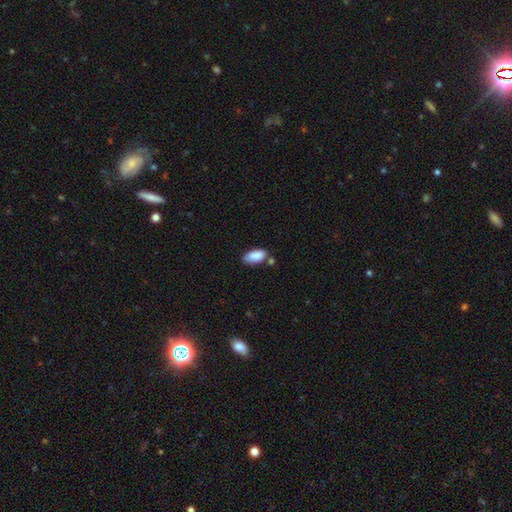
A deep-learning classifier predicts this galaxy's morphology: type=smooth (88%); roundness=in between (92%); merging=none (64%).